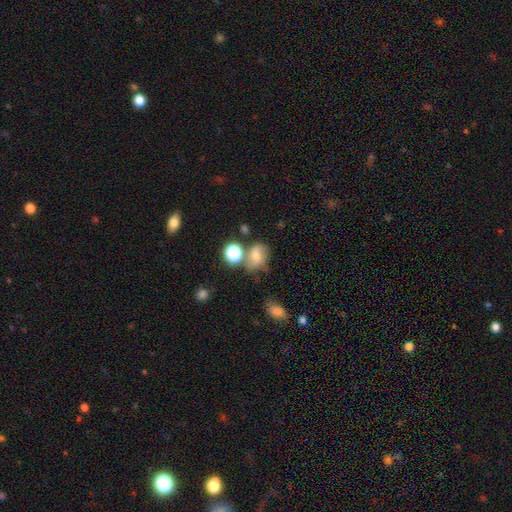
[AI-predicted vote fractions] Smooth or featured?
  - smooth: 63% *
  - featured or disk: 19%
  - star or artifact: 17%
How rounded?
  - in between: 56% *
  - round: 43%
  - cigar-shaped: 1%
Merging?
  - none: 46% *
  - minor disturbance: 22%
  - merger: 20%
  - major disturbance: 12%